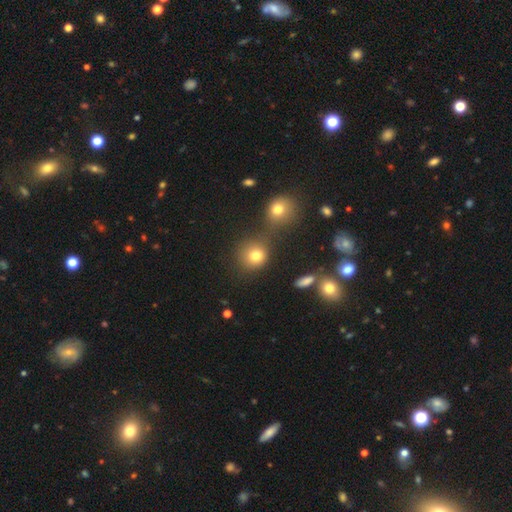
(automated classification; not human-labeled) The model was most divided on "merging": none: 62%, merger: 24%, minor disturbance: 9%, major disturbance: 5%. More confident: how rounded — round (87%); smooth or featured — smooth (76%).